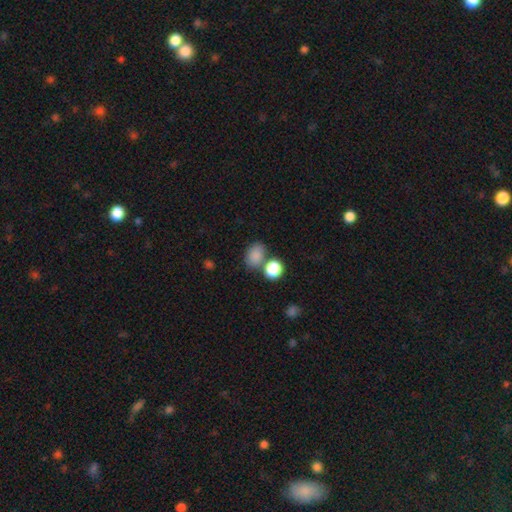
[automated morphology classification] smooth 84%, star or artifact 10%, featured or disk 6%. Down the decision tree: how rounded — in between (65%); merging — none (59%).